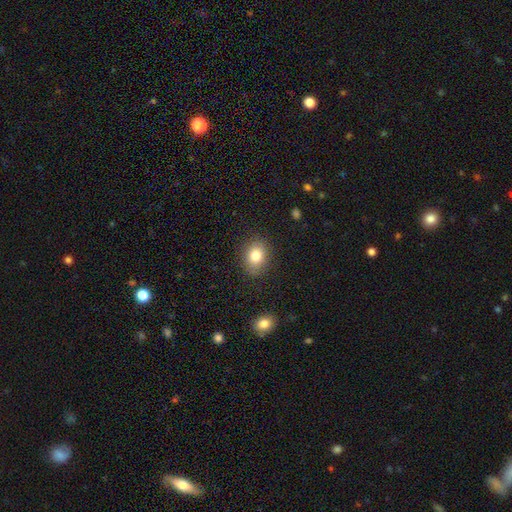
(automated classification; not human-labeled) Morphology: type=smooth (81%); roundness=in between (57%); merging=none (85%).